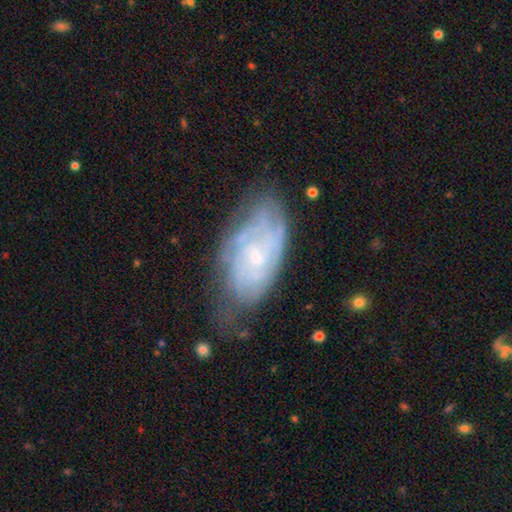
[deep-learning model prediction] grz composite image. It shows a featured or disk galaxy (74%) with no bar (70%), tight (68%) spiral arms (87%) and a small central bulge (70%). Merging: none (57%).